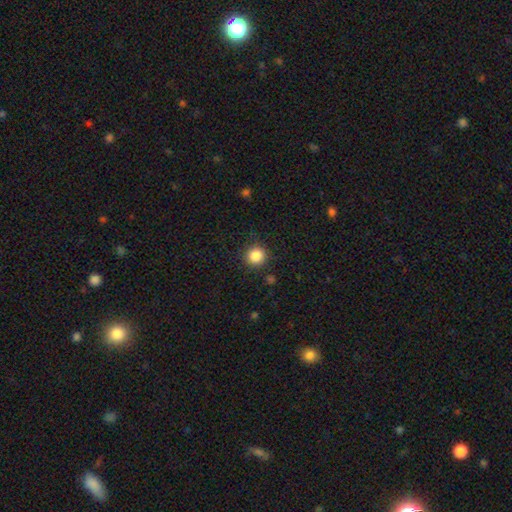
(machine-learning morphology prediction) smooth_or_featured: smooth (p=0.85) [alt: star or artifact p=0.11]
how_rounded: round (p=0.93) [alt: in between p=0.06]
merging: none (p=0.88) [alt: minor disturbance p=0.08]